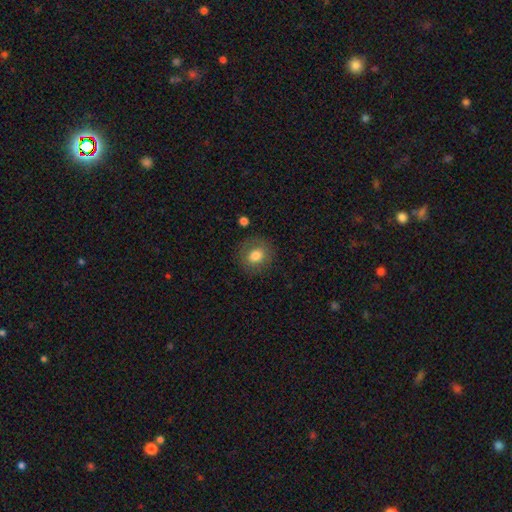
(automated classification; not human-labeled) A smooth galaxy with no disk features (76%) that is round (80%).

Vote fractions:
- Smooth or featured? smooth: 76% / featured or disk: 14% / star or artifact: 10%
- How rounded? round: 80% / in between: 19% / cigar-shaped: 1%
- Merging? none: 83% / minor disturbance: 11% / major disturbance: 4% / merger: 2%